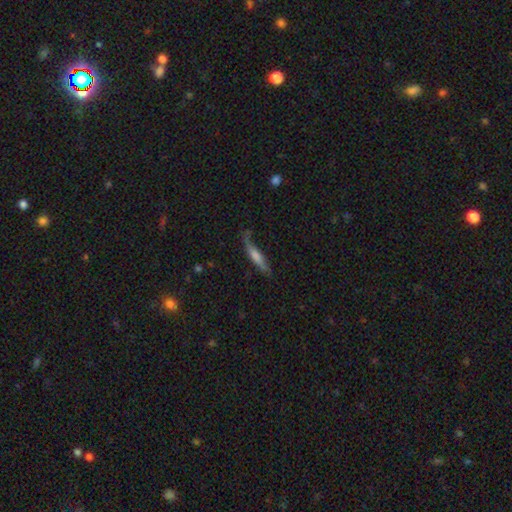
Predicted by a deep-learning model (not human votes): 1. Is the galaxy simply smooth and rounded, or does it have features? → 51% featured or disk, 41% smooth, 8% star or artifact.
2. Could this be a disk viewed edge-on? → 87% yes, 13% no.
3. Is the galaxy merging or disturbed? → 63% none, 24% minor disturbance, 9% major disturbance, 3% merger.